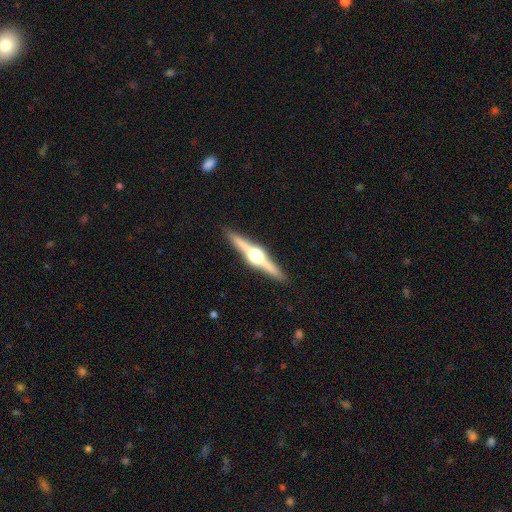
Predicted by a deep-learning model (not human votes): This appears to be a featured or disk galaxy (85%) viewed edge-on (98%) with a rounded central bulge (95%). Merging: none (92%).